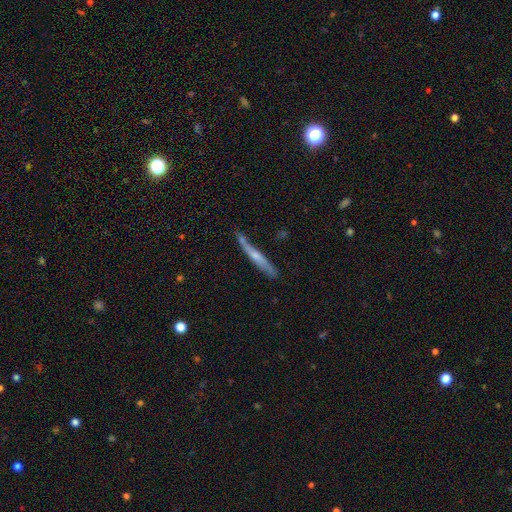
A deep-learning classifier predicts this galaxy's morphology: Q: Smooth or featured?
A: featured or disk (53%); runner-up: smooth (41%)
Q: Edge-on disk?
A: yes (89%); runner-up: no (11%)
Q: Merging?
A: none (66%); runner-up: minor disturbance (21%)